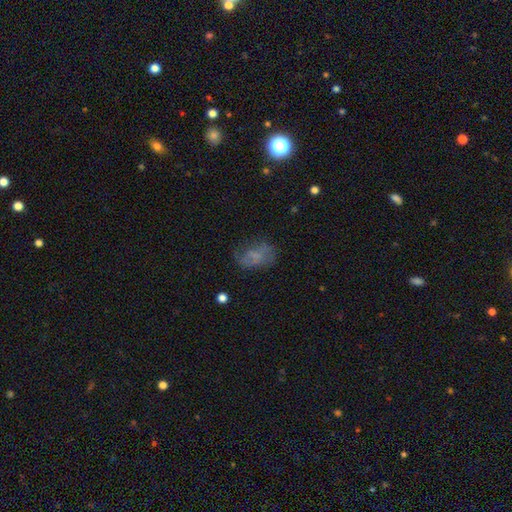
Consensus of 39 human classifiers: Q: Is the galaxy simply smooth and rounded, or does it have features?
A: smooth — 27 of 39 (69%).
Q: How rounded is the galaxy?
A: in between — 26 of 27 (96%).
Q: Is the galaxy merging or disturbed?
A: none — 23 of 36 (64%).